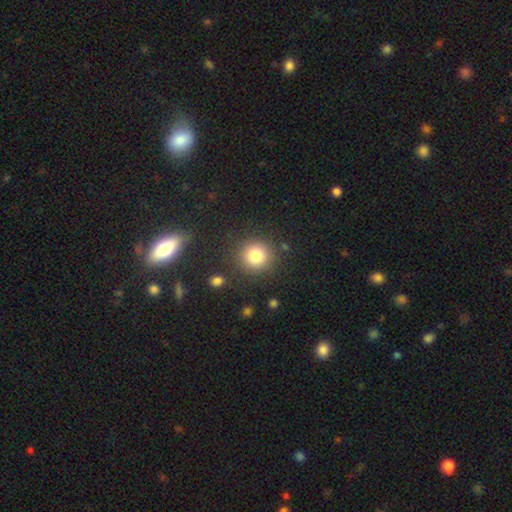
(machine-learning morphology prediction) Smooth or featured?
  - smooth: 81% *
  - star or artifact: 12%
  - featured or disk: 7%
How rounded?
  - round: 93% *
  - in between: 7%
  - cigar-shaped: 1%
Merging?
  - none: 86% *
  - minor disturbance: 8%
  - major disturbance: 3%
  - merger: 3%